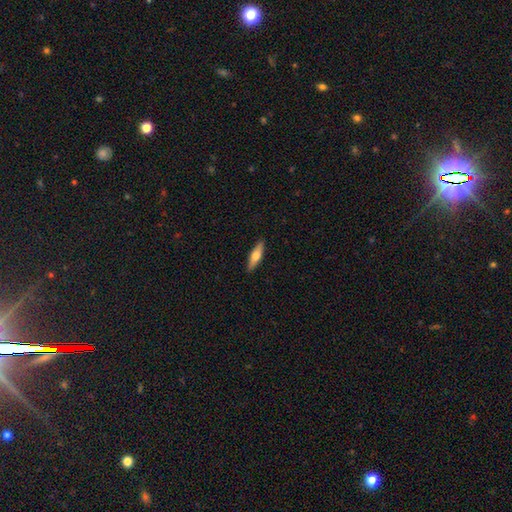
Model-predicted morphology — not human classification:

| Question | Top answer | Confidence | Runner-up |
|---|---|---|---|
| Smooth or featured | smooth | 54% | featured or disk (40%) |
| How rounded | cigar-shaped | 64% | in between (33%) |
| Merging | none | 90% | minor disturbance (7%) |